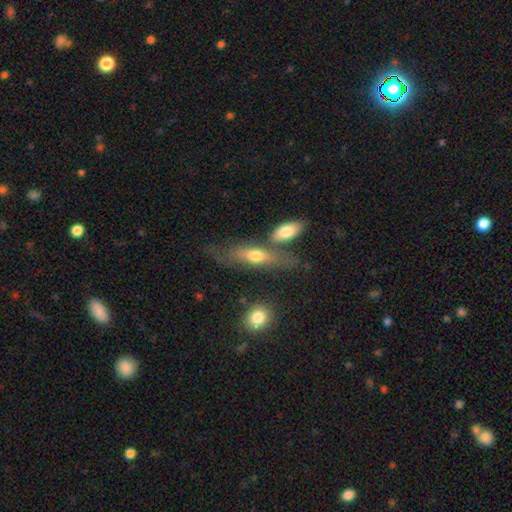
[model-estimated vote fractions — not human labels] smooth-or-featured: smooth: 58% | featured or disk: 34% | star or artifact: 7%
  how-rounded: in between: 60% | cigar-shaped: 36% | round: 5%
  merging: none: 43% | merger: 30% | minor disturbance: 18% | major disturbance: 10%